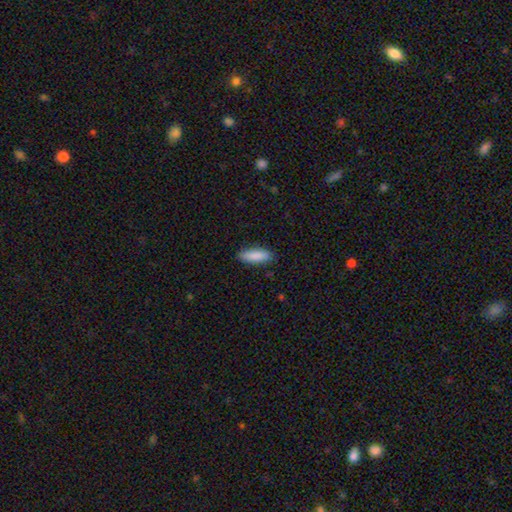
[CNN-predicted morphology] Q: Smooth or featured?
A: smooth (88%); runner-up: featured or disk (6%)
Q: How rounded?
A: in between (57%); runner-up: cigar-shaped (41%)
Q: Merging?
A: none (87%); runner-up: minor disturbance (10%)